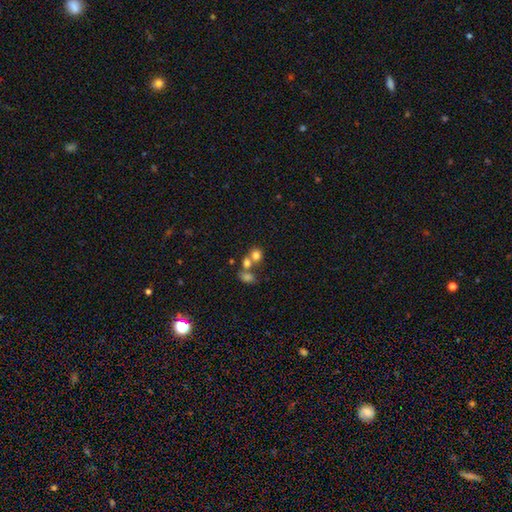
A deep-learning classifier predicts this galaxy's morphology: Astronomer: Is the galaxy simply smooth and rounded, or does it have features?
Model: smooth — 74%.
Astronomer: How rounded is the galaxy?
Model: round — 75%.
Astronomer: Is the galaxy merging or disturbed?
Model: merger — 45% (runner-up: none, 42%).